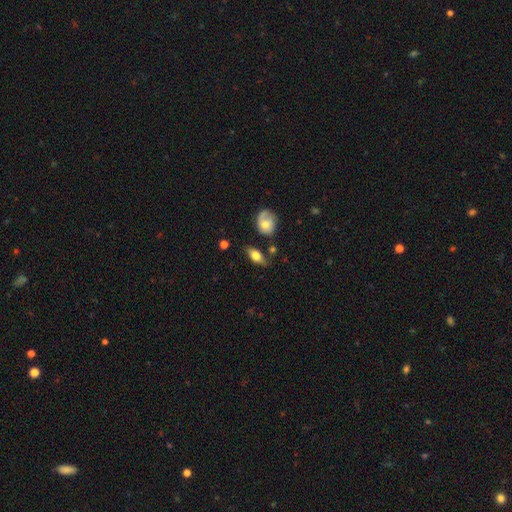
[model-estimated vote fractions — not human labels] A smooth galaxy with no disk features (65%) that is in between round and cigar-shaped (79%).

Vote fractions:
- Smooth or featured? smooth: 65% / featured or disk: 28% / star or artifact: 7%
- How rounded? in between: 79% / cigar-shaped: 13% / round: 7%
- Merging? none: 71% / minor disturbance: 18% / merger: 6% / major disturbance: 5%